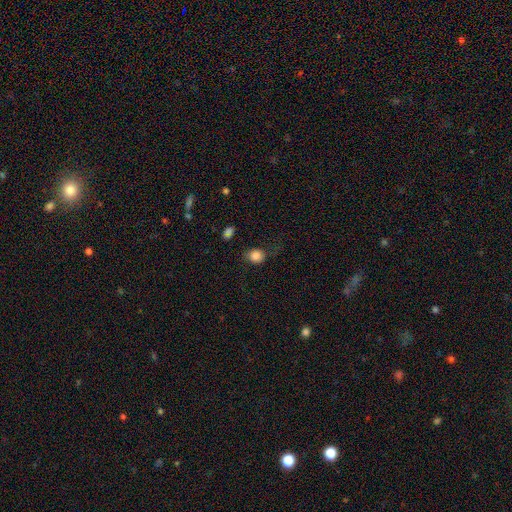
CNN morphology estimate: Smooth or featured: smooth — 82% (star or artifact — 10%)
How rounded: round — 68% (in between — 30%)
Merging: none — 61% (minor disturbance — 23%)